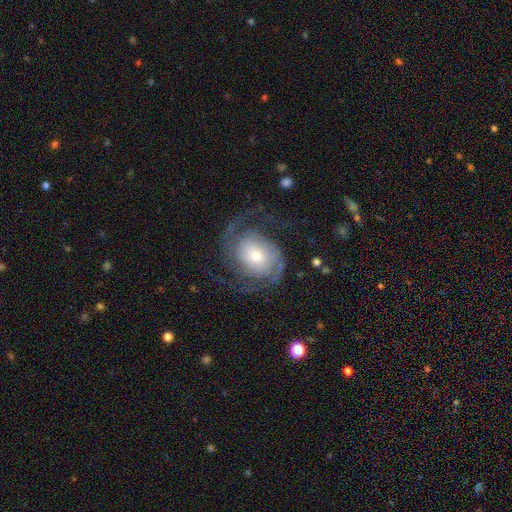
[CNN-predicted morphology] Smooth or featured?
  - featured or disk: 86% *
  - smooth: 9%
  - star or artifact: 5%
Edge-on disk?
  - no: 98% *
  - yes: 2%
Bar?
  - no: 64% *
  - weak: 28%
  - strong: 8%
Spiral arms?
  - yes: 96% *
  - no: 4%
Spiral winding?
  - medium: 46% *
  - tight: 33%
  - loose: 21%
Spiral arm count?
  - 2: 72% *
  - 3: 9%
  - can't tell: 8%
  - 1: 5%
  - 4: 3%
  - more than 4: 3%
Bulge size?
  - moderate: 51% *
  - small: 35%
  - large: 10%
  - dominant: 2%
  - none: 2%
Merging?
  - none: 65% *
  - major disturbance: 18%
  - minor disturbance: 15%
  - merger: 2%